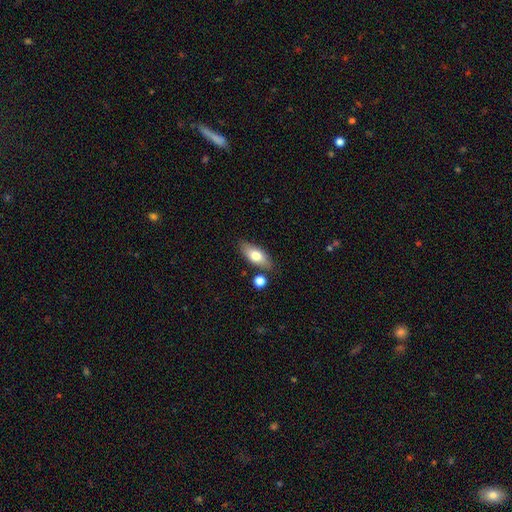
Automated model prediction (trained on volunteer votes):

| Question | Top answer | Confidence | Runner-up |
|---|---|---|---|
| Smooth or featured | smooth | 74% | featured or disk (20%) |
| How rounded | in between | 82% | cigar-shaped (14%) |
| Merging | none | 79% | minor disturbance (12%) |